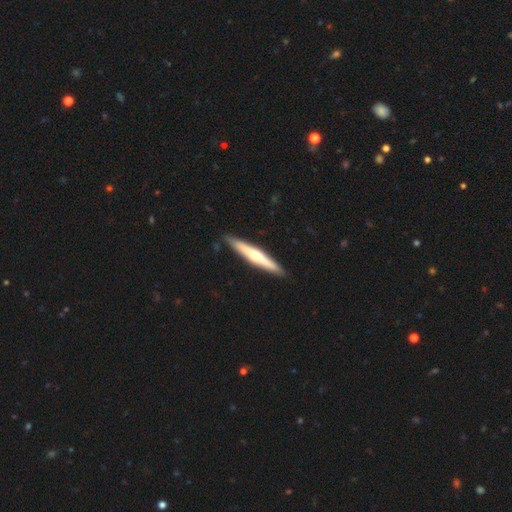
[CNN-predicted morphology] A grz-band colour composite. It shows a featured or disk galaxy (60%) viewed edge-on (96%) with a rounded central bulge (85%). Merging: none (90%).